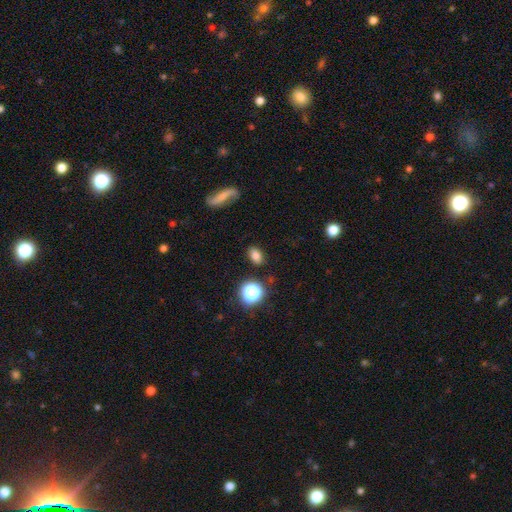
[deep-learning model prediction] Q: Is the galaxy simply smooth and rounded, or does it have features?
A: smooth — 76%.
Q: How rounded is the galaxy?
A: in between — 78%.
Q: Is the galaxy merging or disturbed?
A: none — 84%.